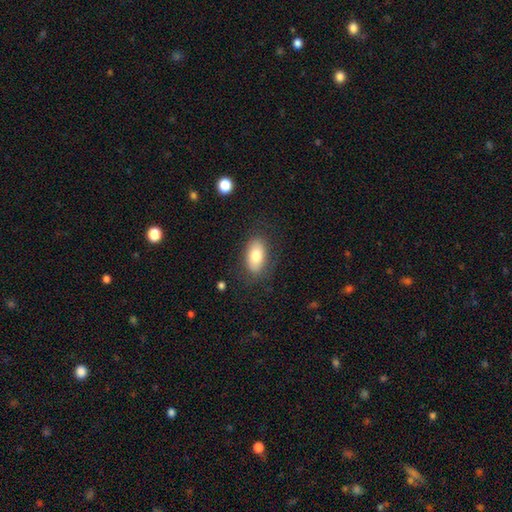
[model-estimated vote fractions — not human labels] Smooth or featured?
  - smooth: 78% *
  - featured or disk: 16%
  - star or artifact: 7%
How rounded?
  - in between: 92% *
  - round: 5%
  - cigar-shaped: 3%
Merging?
  - none: 79% *
  - minor disturbance: 14%
  - major disturbance: 6%
  - merger: 1%